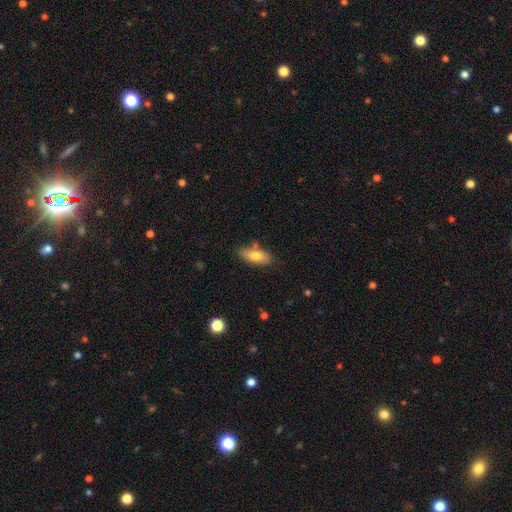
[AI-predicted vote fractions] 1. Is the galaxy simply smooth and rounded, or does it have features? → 75% smooth, 18% featured or disk, 7% star or artifact.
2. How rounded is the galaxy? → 79% in between, 19% cigar-shaped, 3% round.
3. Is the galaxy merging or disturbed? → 77% none, 15% minor disturbance, 5% merger, 3% major disturbance.